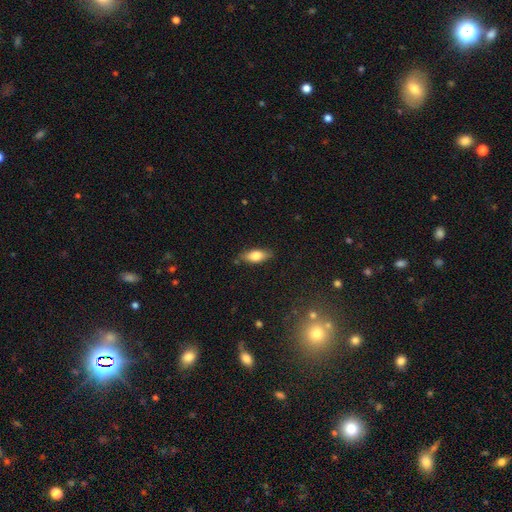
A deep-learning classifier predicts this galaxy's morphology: type=smooth (74%); roundness=in between (77%); merging=none (82%).